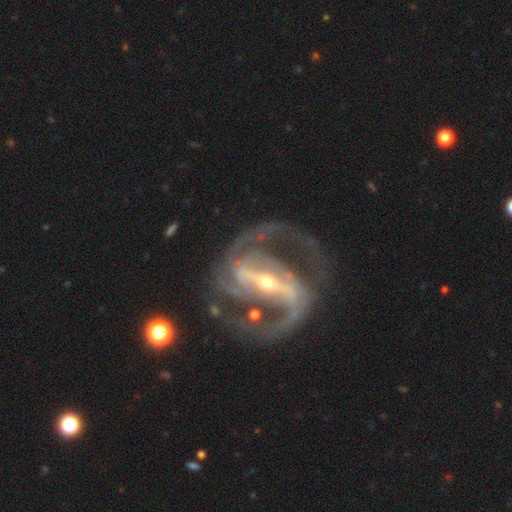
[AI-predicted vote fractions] Smooth or featured? featured or disk (93%)
Edge-on disk? no (97%)
Bar? strong (82%)
Spiral arms? yes (98%)
Spiral winding? medium (58%)
Spiral arm count? 2 (86%)
Bulge size? small (68%)
Merging? none (72%)